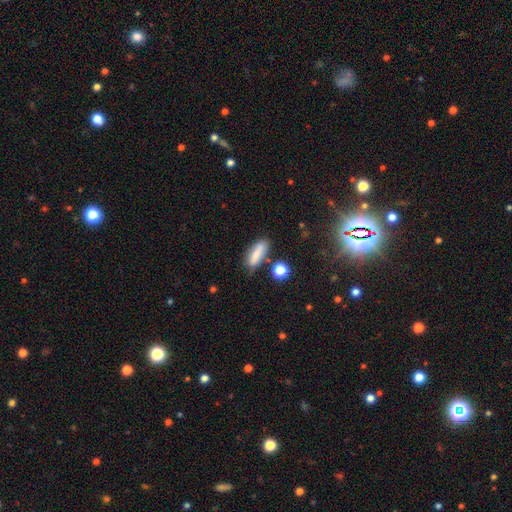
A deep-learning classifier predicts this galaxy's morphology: The model was most divided on "how rounded": in between: 52%, cigar-shaped: 44%, round: 4%. More confident: smooth or featured — smooth (77%); merging — none (70%).